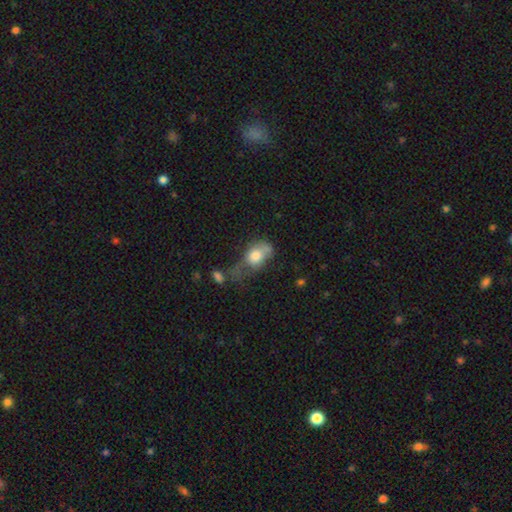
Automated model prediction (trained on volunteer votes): smooth_or_featured: smooth (p=0.72) [alt: featured or disk p=0.19]
how_rounded: in between (p=0.76) [alt: round p=0.22]
merging: major disturbance (p=0.37) [alt: minor disturbance p=0.26]